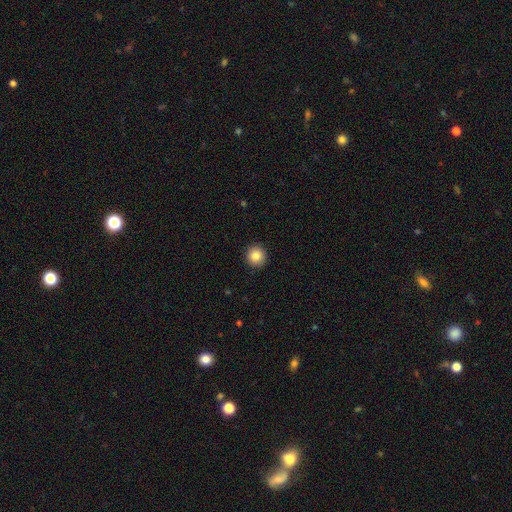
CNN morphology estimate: smooth-or-featured: smooth: 85% | star or artifact: 9% | featured or disk: 5%
  how-rounded: round: 94% | in between: 5% | cigar-shaped: 1%
  merging: none: 92% | minor disturbance: 6% | major disturbance: 2% | merger: 1%